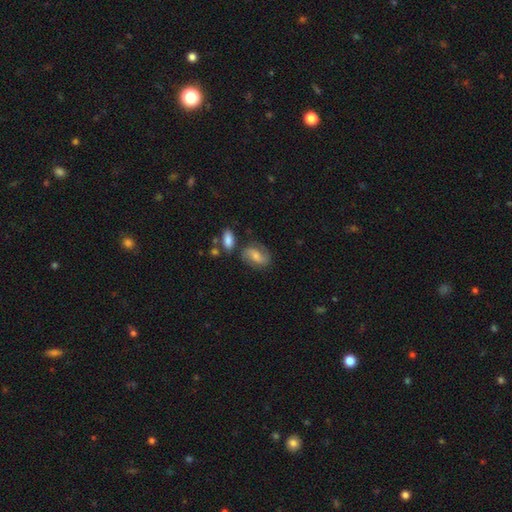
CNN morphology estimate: A featured or disk galaxy (50%).

Vote fractions:
- Smooth or featured? featured or disk: 50% / smooth: 42% / star or artifact: 8%
- Edge-on disk? no: 96% / yes: 4%
- Merging? none: 66% / minor disturbance: 19% / major disturbance: 8% / merger: 7%